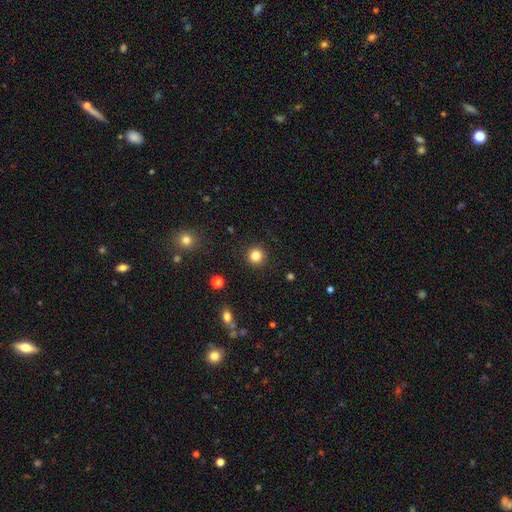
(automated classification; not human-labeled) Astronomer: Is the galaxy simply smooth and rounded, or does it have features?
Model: smooth — 83%.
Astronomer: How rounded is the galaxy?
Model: round — 94%.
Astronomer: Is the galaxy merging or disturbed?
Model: none — 91%.